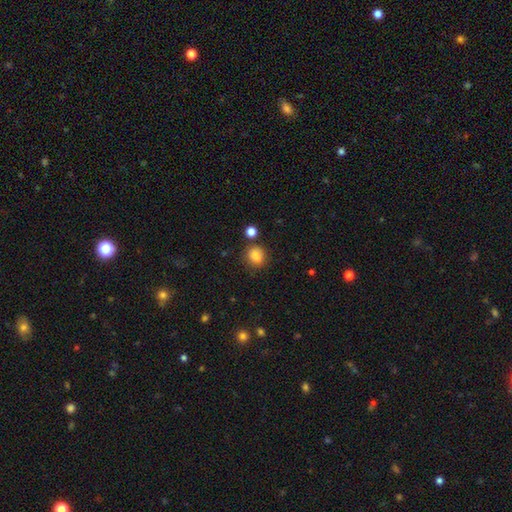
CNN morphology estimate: smooth 82%, star or artifact 12%, featured or disk 6%. Down the decision tree: how rounded — round (70%); merging — none (71%).